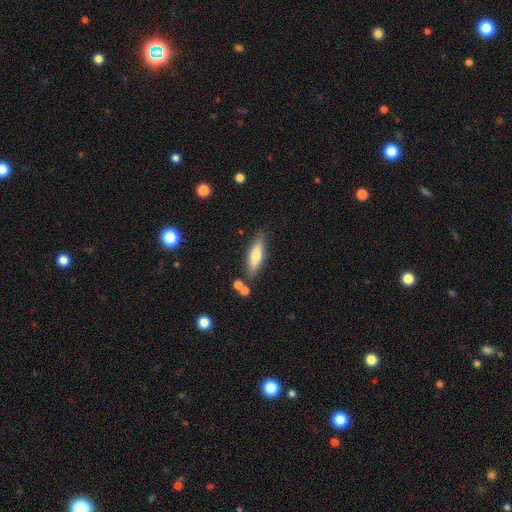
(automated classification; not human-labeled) Overall: smooth (71%). How rounded: cigar-shaped (54%; in between 44%). Merging: none (78%).